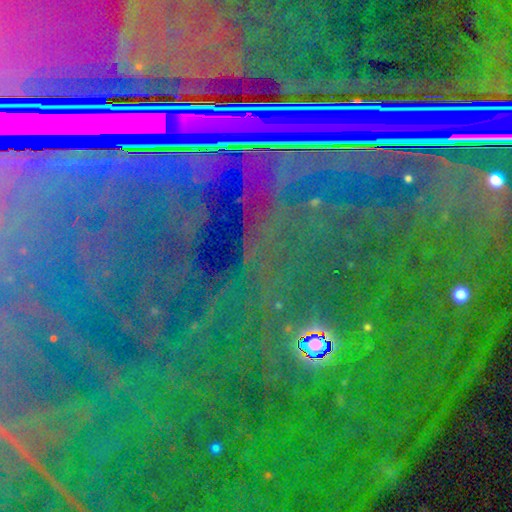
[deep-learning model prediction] Q: Smooth or featured?
A: star or artifact (86%); runner-up: featured or disk (8%)